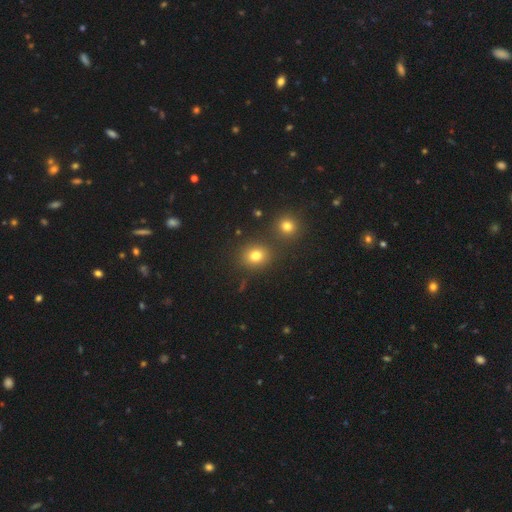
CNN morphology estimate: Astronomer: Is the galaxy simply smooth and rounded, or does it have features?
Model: smooth — 77%.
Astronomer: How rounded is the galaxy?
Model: round — 71%.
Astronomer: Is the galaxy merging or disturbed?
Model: none — 79%.